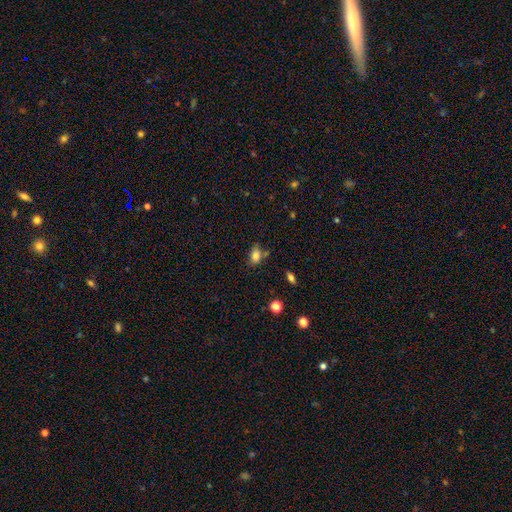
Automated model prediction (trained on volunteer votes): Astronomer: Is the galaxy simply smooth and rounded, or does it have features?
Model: smooth — 81%.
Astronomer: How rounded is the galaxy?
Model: in between — 78%.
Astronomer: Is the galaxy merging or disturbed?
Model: none — 64%.